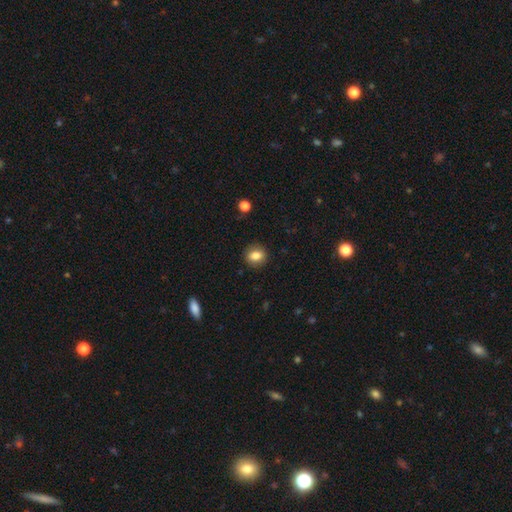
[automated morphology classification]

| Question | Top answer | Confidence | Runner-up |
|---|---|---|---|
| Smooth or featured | smooth | 82% | star or artifact (9%) |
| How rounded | round | 61% | in between (38%) |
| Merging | none | 87% | minor disturbance (9%) |